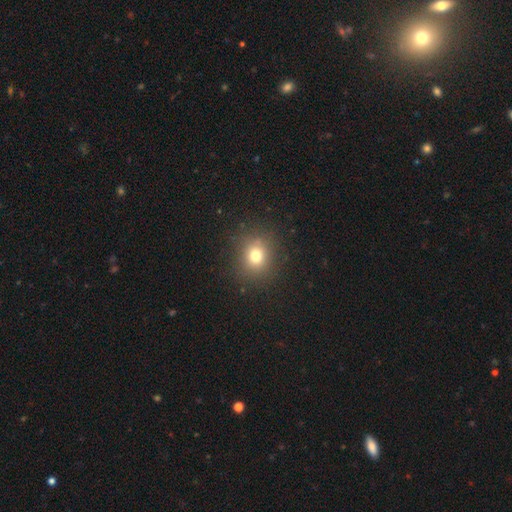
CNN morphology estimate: Smooth or featured?
  - smooth: 74% *
  - star or artifact: 17%
  - featured or disk: 9%
How rounded?
  - round: 80% *
  - in between: 19%
  - cigar-shaped: 1%
Merging?
  - none: 86% *
  - minor disturbance: 8%
  - major disturbance: 4%
  - merger: 1%